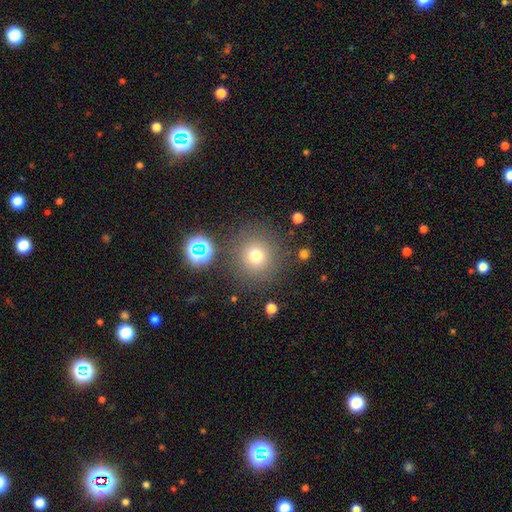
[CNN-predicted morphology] Smooth or featured? smooth (73%)
How rounded? round (94%)
Merging? none (83%)